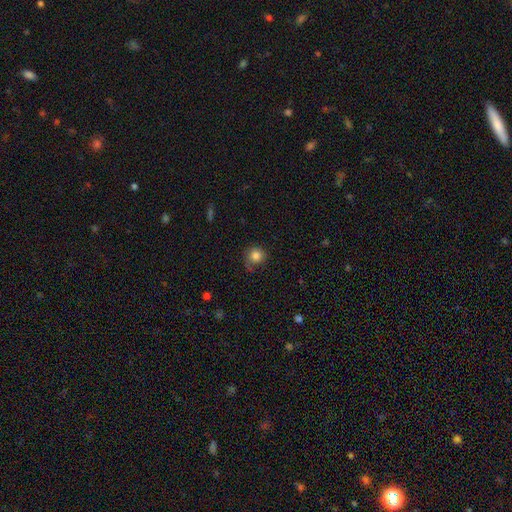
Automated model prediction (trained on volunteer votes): Smooth or featured? Predicted: smooth (p=0.82). How rounded? Predicted: round (p=0.91). Merging? Predicted: none (p=0.67).